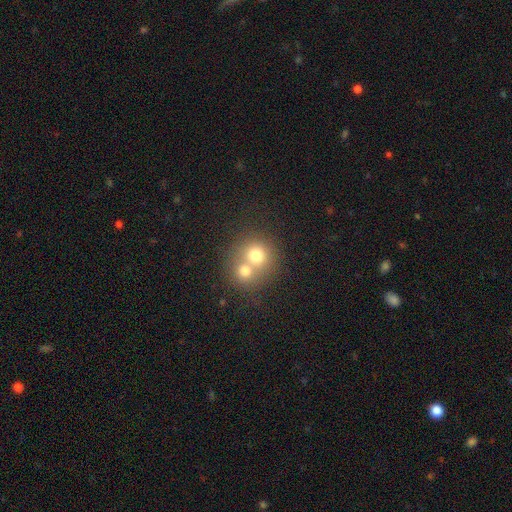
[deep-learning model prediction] Overall: smooth (72%). How rounded: round (84%). Merging: merger (58%; none 34%).